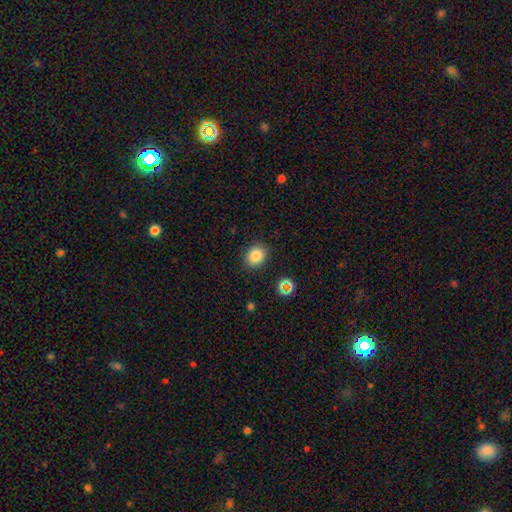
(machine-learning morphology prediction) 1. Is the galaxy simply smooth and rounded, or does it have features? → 82% smooth, 12% star or artifact, 6% featured or disk.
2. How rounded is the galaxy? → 60% round, 39% in between, 1% cigar-shaped.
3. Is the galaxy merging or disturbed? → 87% none, 9% minor disturbance, 3% major disturbance, 2% merger.